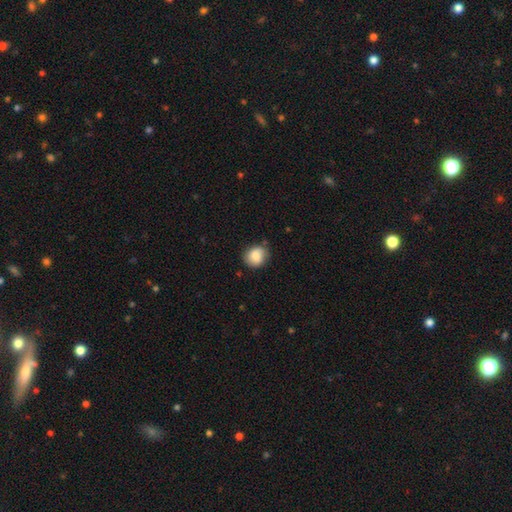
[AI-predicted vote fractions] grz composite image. It shows a smooth galaxy with no disk features (80%) that is round (72%). Merging: none (76%).